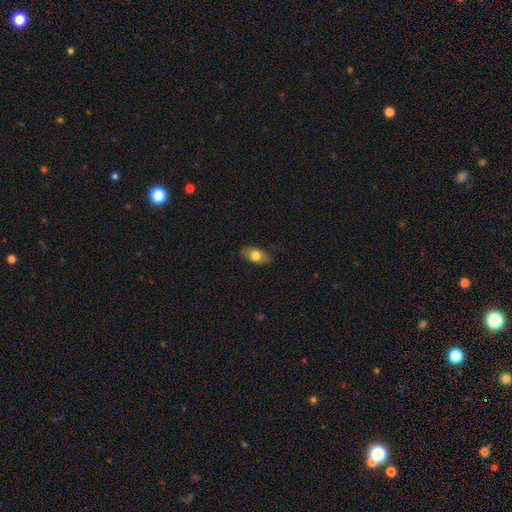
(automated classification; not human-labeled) A smooth galaxy with no disk features (76%) that is in between round and cigar-shaped (86%).

Vote fractions:
- Smooth or featured? smooth: 76% / featured or disk: 17% / star or artifact: 7%
- How rounded? in between: 86% / round: 10% / cigar-shaped: 5%
- Merging? none: 81% / minor disturbance: 15% / major disturbance: 3% / merger: 1%